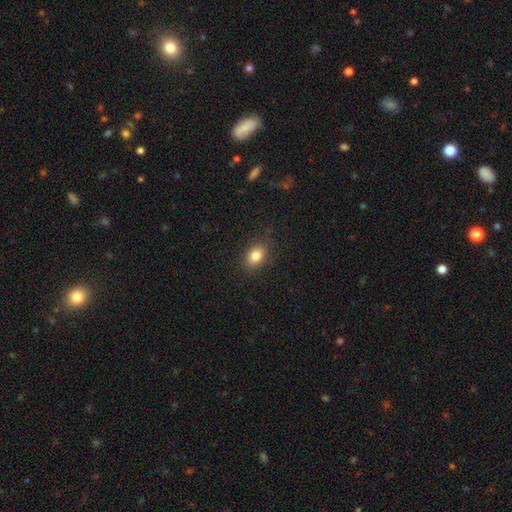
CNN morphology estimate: Overall: smooth (83%). How rounded: in between (75%). Merging: none (84%).